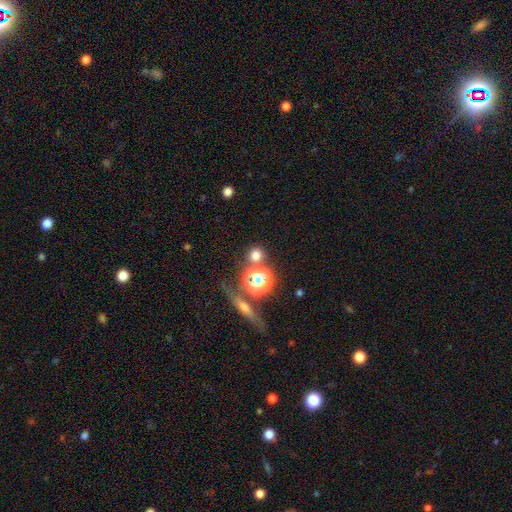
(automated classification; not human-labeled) Overall: smooth (69%). How rounded: round (88%). Merging: none (75%).